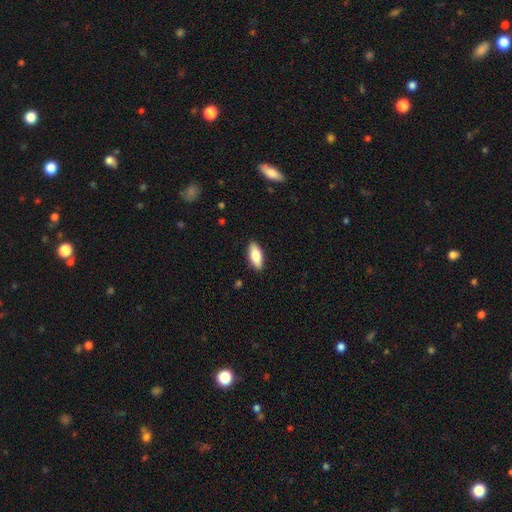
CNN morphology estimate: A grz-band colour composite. It shows a smooth galaxy with no disk features (75%) that is in between round and cigar-shaped (78%). Merging: none (89%).